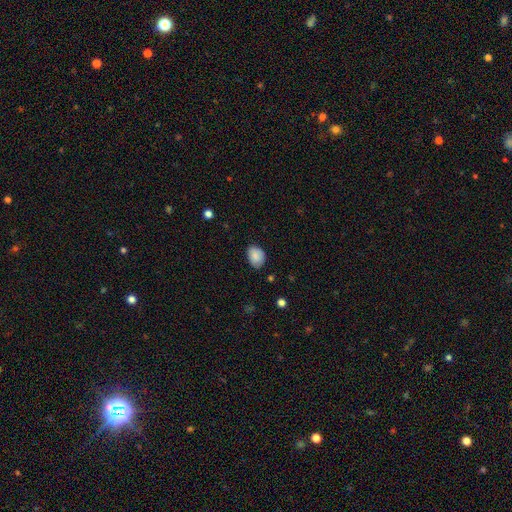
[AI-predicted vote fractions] smooth_or_featured: smooth (p=0.86) [alt: star or artifact p=0.07]
how_rounded: in between (p=0.70) [alt: round p=0.29]
merging: none (p=0.73) [alt: minor disturbance p=0.22]